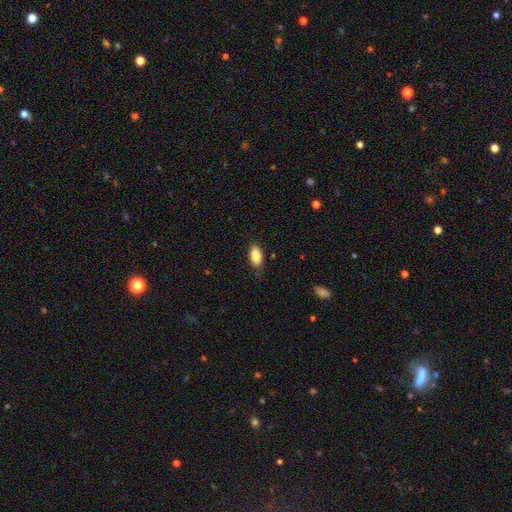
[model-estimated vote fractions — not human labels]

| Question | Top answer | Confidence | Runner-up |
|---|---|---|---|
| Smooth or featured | smooth | 87% | star or artifact (7%) |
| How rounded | in between | 90% | cigar-shaped (7%) |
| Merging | none | 83% | minor disturbance (13%) |